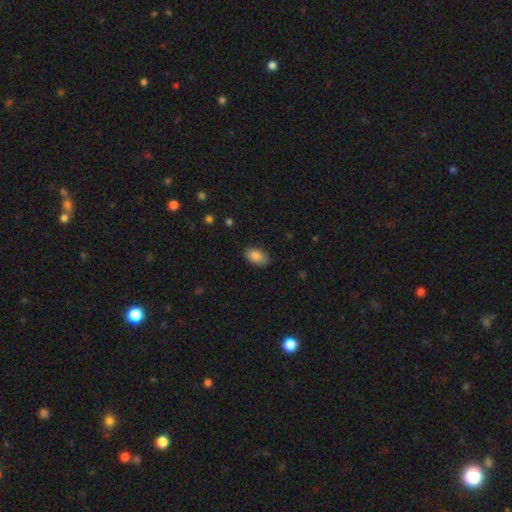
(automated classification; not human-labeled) smooth_or_featured: smooth (p=0.86) [alt: star or artifact p=0.07]
how_rounded: in between (p=0.92) [alt: round p=0.06]
merging: none (p=0.81) [alt: minor disturbance p=0.15]